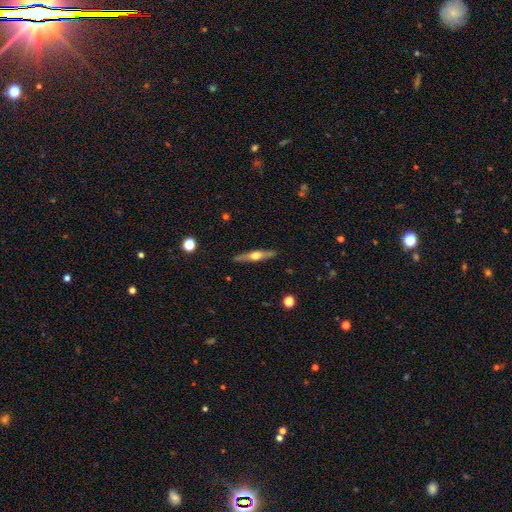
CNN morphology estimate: smooth_or_featured: featured or disk (p=0.69) [alt: smooth p=0.25]
disk_edge_on: yes (p=0.97) [alt: no p=0.03]
edge_on_bulge: rounded (p=0.94) [alt: boxy p=0.03]
merging: none (p=0.90) [alt: minor disturbance p=0.07]